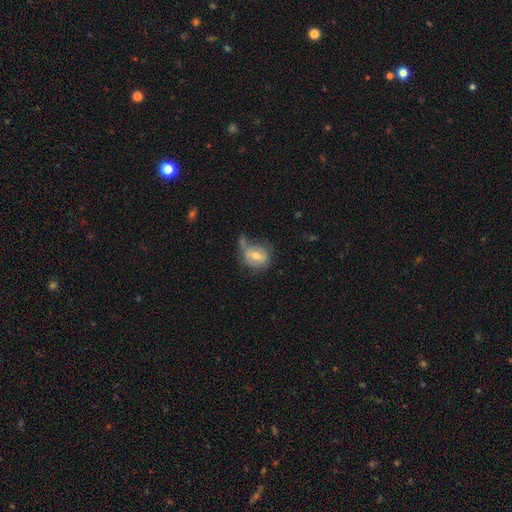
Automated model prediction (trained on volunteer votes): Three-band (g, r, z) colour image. It shows a smooth galaxy with no disk features (56%) that is round (61%). Merging: none (41%).